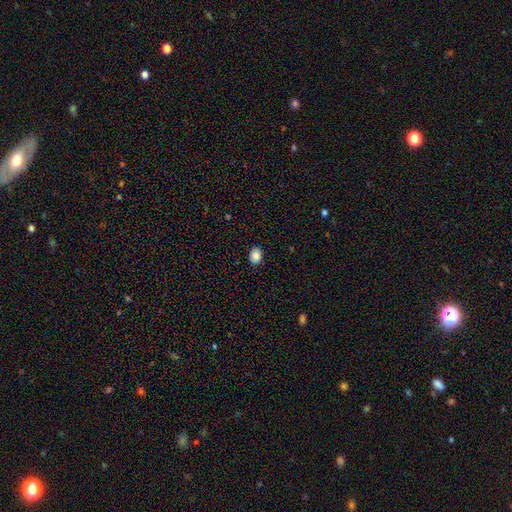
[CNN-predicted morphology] Smooth or featured? smooth (85%)
How rounded? in between (59%)
Merging? none (86%)